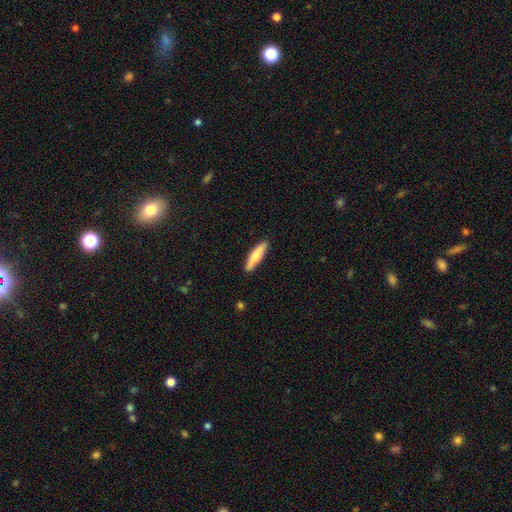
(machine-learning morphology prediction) This appears to be a smooth galaxy with no disk features (74%) that is cigar-shaped (79%). Merging: none (88%).